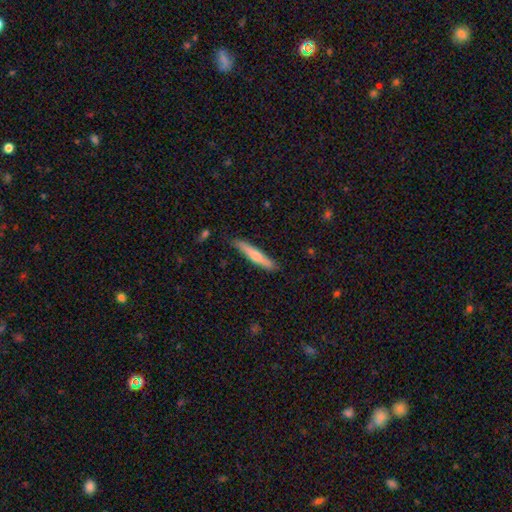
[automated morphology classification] smooth-or-featured: smooth: 58% | featured or disk: 36% | star or artifact: 5%
  how-rounded: cigar-shaped: 92% | in between: 7% | round: 1%
  merging: none: 84% | minor disturbance: 12% | major disturbance: 2% | merger: 2%